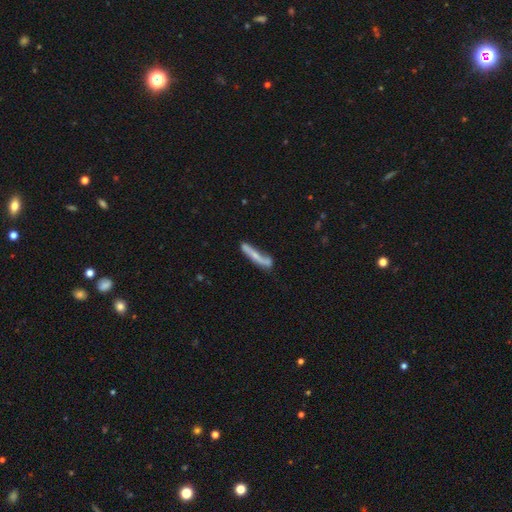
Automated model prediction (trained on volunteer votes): This appears to be a featured or disk galaxy (49%). Merging: none (50%).